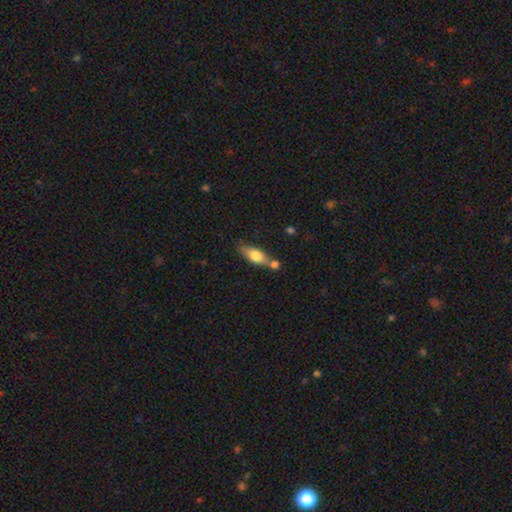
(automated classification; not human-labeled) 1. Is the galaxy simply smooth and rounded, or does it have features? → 70% smooth, 23% featured or disk, 7% star or artifact.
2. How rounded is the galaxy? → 63% in between, 34% cigar-shaped, 4% round.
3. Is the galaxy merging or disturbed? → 49% none, 32% merger, 15% minor disturbance, 4% major disturbance.